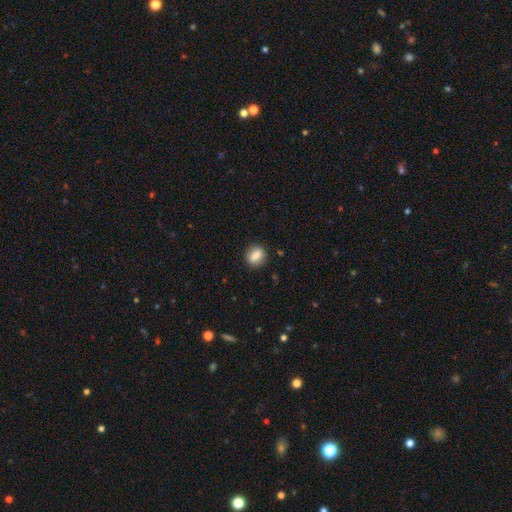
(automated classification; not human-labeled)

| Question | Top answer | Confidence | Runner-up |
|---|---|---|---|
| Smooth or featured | smooth | 81% | featured or disk (11%) |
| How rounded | in between | 49% | round (47%) |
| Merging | none | 87% | minor disturbance (9%) |